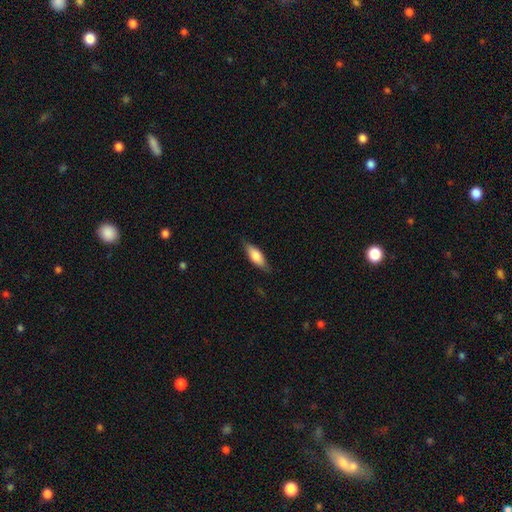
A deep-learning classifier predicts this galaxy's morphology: Smooth or featured? smooth (75%)
How rounded? in between (70%)
Merging? none (78%)